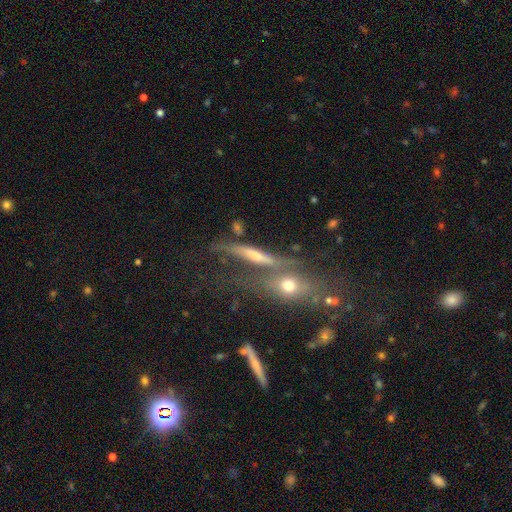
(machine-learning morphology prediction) Smooth or featured? Predicted: featured or disk (p=0.48). Merging? Predicted: none (p=0.46).